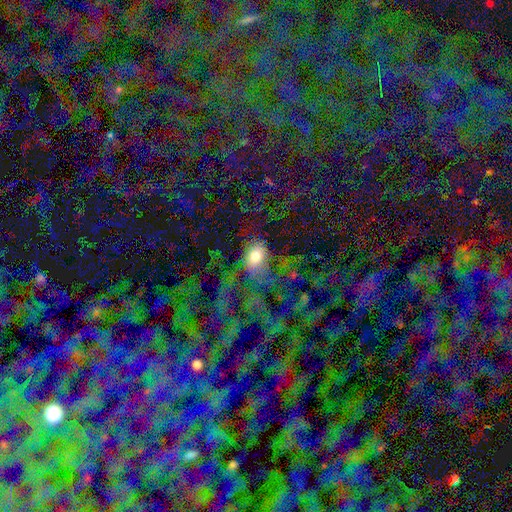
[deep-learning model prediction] smooth-or-featured: smooth: 64% | featured or disk: 23% | star or artifact: 12%
  how-rounded: in between: 73% | round: 25% | cigar-shaped: 2%
  merging: major disturbance: 36% | none: 35% | minor disturbance: 21% | merger: 8%